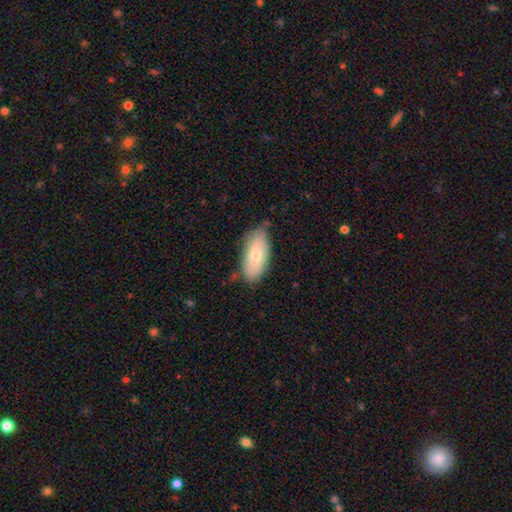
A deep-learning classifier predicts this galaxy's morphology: Smooth or featured: smooth — 71% (featured or disk — 23%)
How rounded: in between — 90% (cigar-shaped — 7%)
Merging: none — 73% (minor disturbance — 20%)